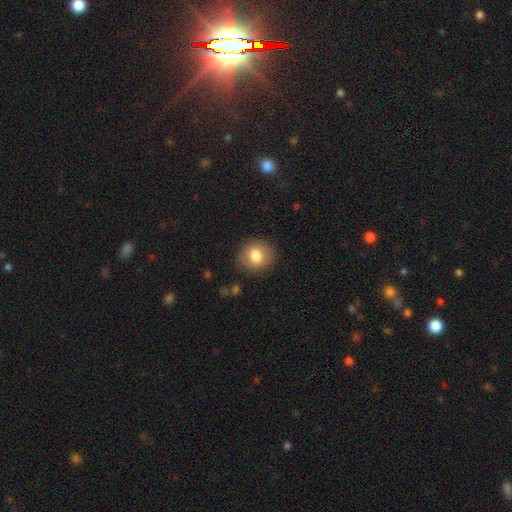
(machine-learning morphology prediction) The model was most divided on "how rounded": round: 82%, in between: 17%, cigar-shaped: 1%. More confident: merging — none (87%); smooth or featured — smooth (81%).